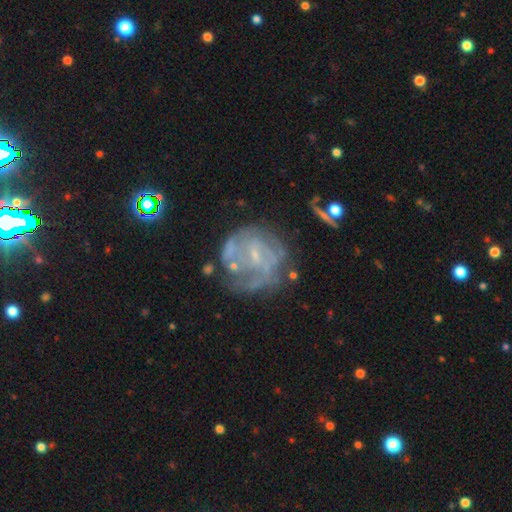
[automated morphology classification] Smooth or featured? featured or disk (74%)
Edge-on disk? no (98%)
Bar? no (47%)
Spiral arms? yes (69%)
Spiral winding? tight (50%)
Spiral arm count? can't tell (50%)
Bulge size? small (68%)
Merging? none (53%)